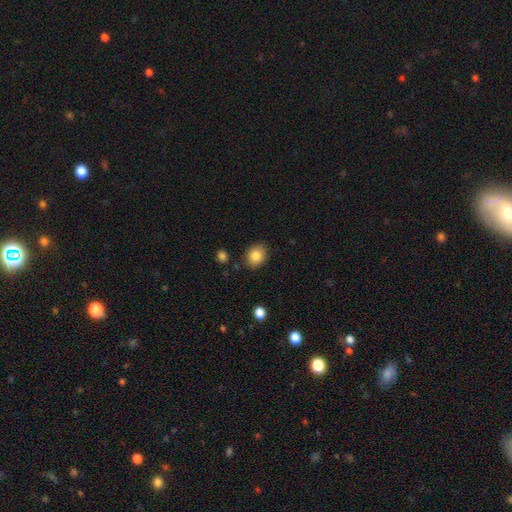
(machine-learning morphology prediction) smooth-or-featured: smooth: 84% | star or artifact: 9% | featured or disk: 7%
  how-rounded: round: 57% | in between: 42% | cigar-shaped: 1%
  merging: none: 85% | minor disturbance: 10% | major disturbance: 2% | merger: 2%